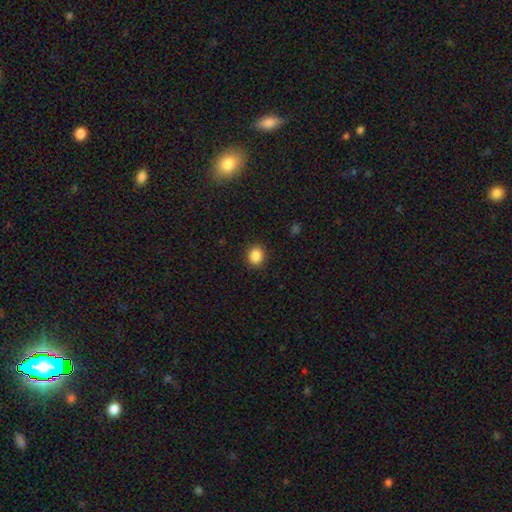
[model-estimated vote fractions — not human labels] Smooth or featured: smooth — 87% (star or artifact — 10%)
How rounded: round — 79% (in between — 20%)
Merging: none — 90% (minor disturbance — 7%)